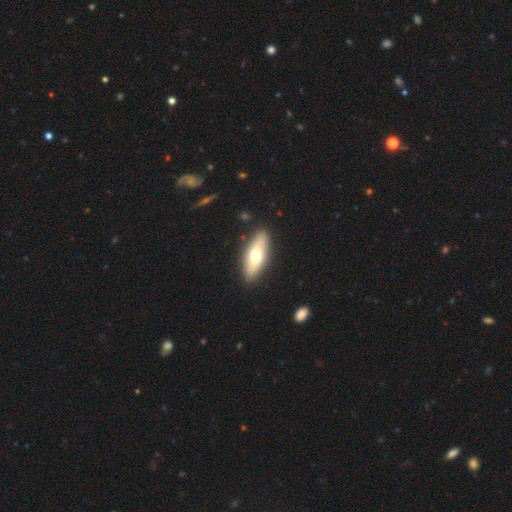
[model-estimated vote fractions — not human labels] Smooth or featured? Predicted: smooth (p=0.60). How rounded? Predicted: in between (p=0.69). Merging? Predicted: none (p=0.88).